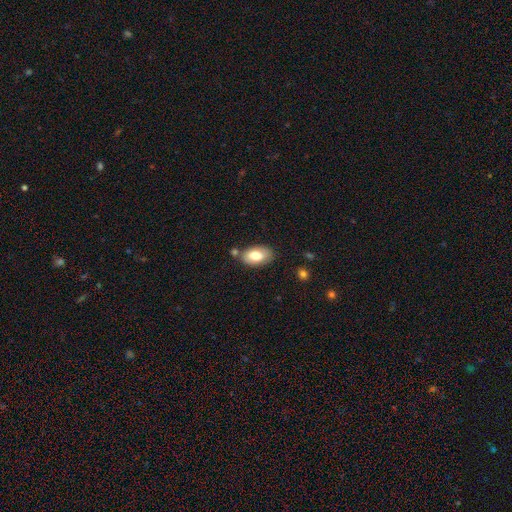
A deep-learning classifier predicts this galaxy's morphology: This is likely a smooth galaxy (77%). How rounded: clearly in between (93%). Merging: likely none (74%).